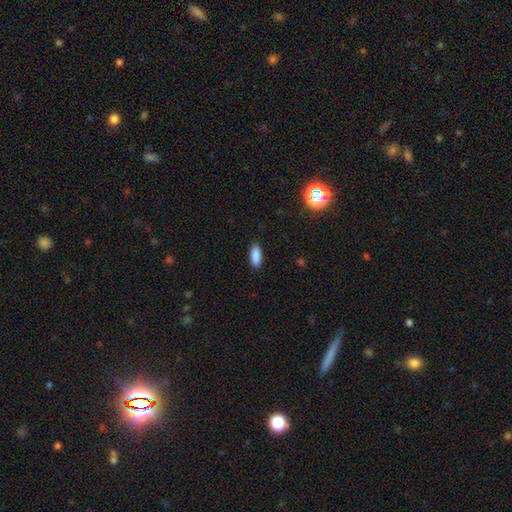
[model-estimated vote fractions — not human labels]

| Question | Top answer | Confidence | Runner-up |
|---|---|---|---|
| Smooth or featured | smooth | 89% | star or artifact (7%) |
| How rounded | in between | 78% | cigar-shaped (20%) |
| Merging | none | 87% | minor disturbance (10%) |